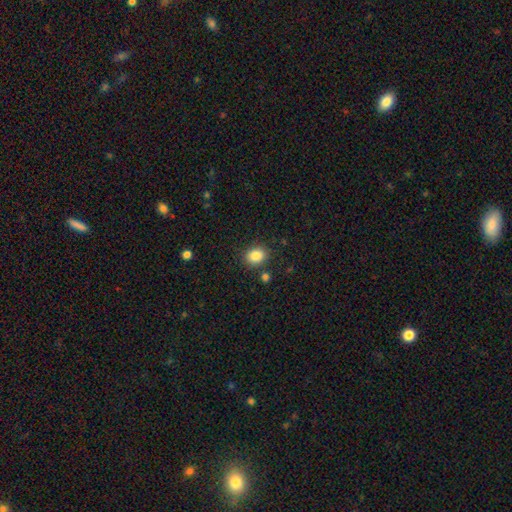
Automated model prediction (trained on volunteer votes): This is clearly a smooth galaxy (86%). How rounded: possibly round (53%). Merging: clearly none (83%).